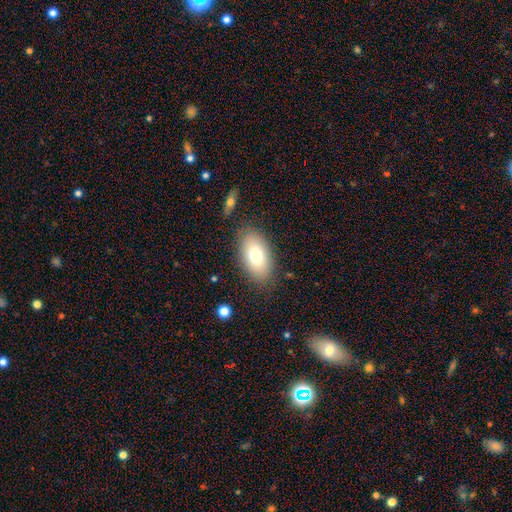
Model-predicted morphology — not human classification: A smooth galaxy with no disk features (77%) that is in between round and cigar-shaped (93%).

Vote fractions:
- Smooth or featured? smooth: 77% / featured or disk: 16% / star or artifact: 8%
- How rounded? in between: 93% / round: 5% / cigar-shaped: 3%
- Merging? none: 84% / minor disturbance: 11% / major disturbance: 3% / merger: 2%